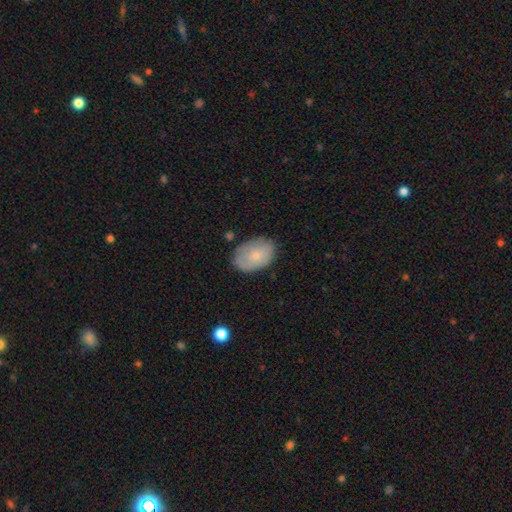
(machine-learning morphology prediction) smooth 72%, featured or disk 21%, star or artifact 7%. Down the decision tree: how rounded — in between (85%); merging — none (74%).